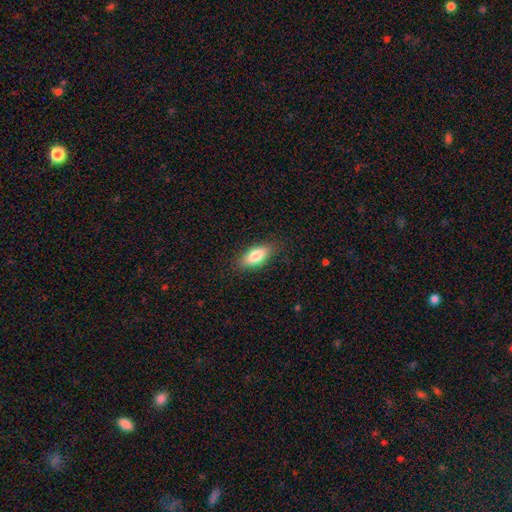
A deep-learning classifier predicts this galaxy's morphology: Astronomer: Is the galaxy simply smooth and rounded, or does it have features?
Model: smooth — 79%.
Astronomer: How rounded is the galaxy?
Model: in between — 79%.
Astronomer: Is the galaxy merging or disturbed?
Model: none — 85%.